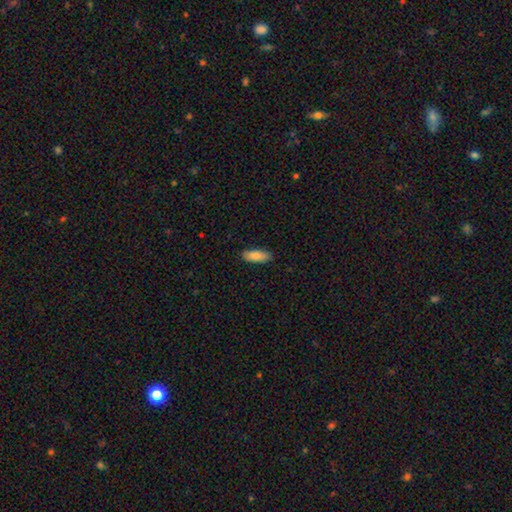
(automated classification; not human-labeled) Smooth or featured? Predicted: smooth (p=0.87). How rounded? Predicted: in between (p=0.71). Merging? Predicted: none (p=0.88).